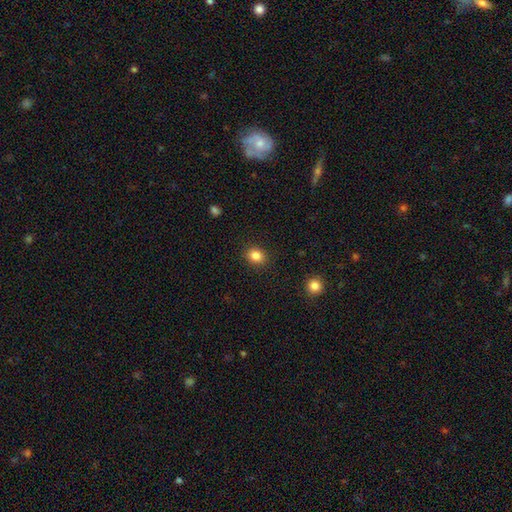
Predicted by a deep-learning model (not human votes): Q: Smooth or featured?
A: smooth (84%); runner-up: star or artifact (11%)
Q: How rounded?
A: round (65%); runner-up: in between (35%)
Q: Merging?
A: none (90%); runner-up: minor disturbance (7%)